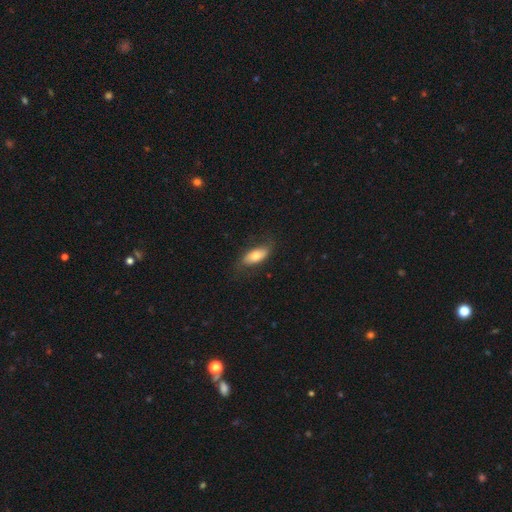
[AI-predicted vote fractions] Q: Smooth or featured?
A: smooth (69%); runner-up: featured or disk (25%)
Q: How rounded?
A: in between (83%); runner-up: cigar-shaped (13%)
Q: Merging?
A: none (72%); runner-up: minor disturbance (20%)